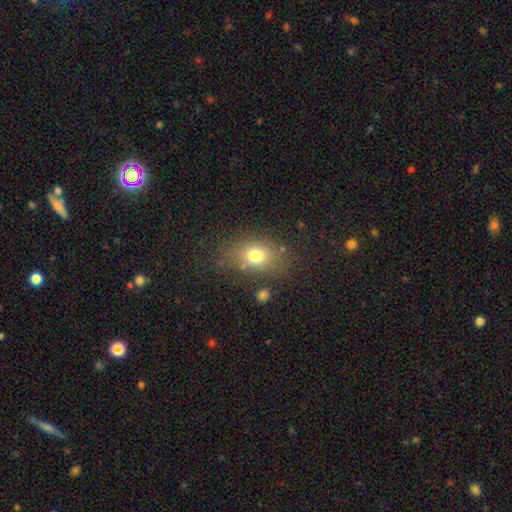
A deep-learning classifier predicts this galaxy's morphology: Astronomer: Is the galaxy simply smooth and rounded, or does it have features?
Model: smooth — 74%.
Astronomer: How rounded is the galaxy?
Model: in between — 71%.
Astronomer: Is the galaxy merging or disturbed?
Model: none — 75%.